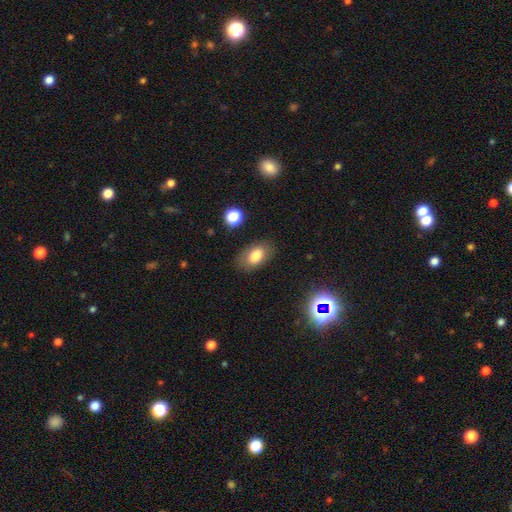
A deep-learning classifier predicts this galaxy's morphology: A smooth galaxy with no disk features (80%) that is in between round and cigar-shaped (90%).

Vote fractions:
- Smooth or featured? smooth: 80% / featured or disk: 11% / star or artifact: 9%
- How rounded? in between: 90% / round: 9% / cigar-shaped: 2%
- Merging? none: 82% / minor disturbance: 12% / major disturbance: 4% / merger: 2%